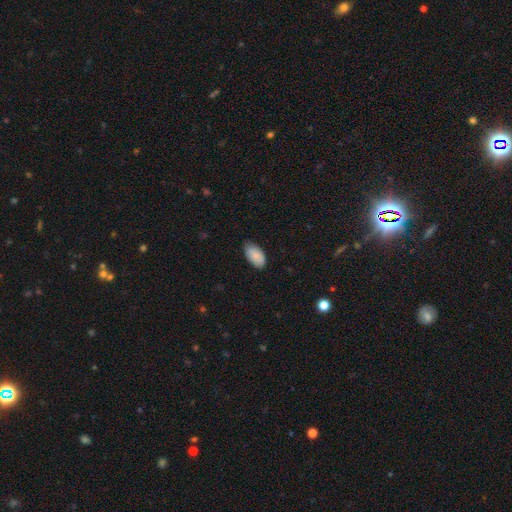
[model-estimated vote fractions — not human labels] smooth_or_featured: smooth (p=0.85) [alt: featured or disk p=0.09]
how_rounded: in between (p=0.95) [alt: round p=0.03]
merging: none (p=0.74) [alt: minor disturbance p=0.22]